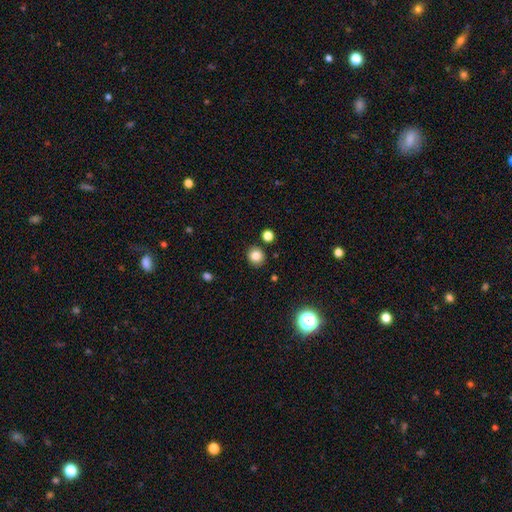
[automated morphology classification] Smooth or featured: smooth — 82% (star or artifact — 12%)
How rounded: round — 86% (in between — 13%)
Merging: none — 87% (minor disturbance — 7%)